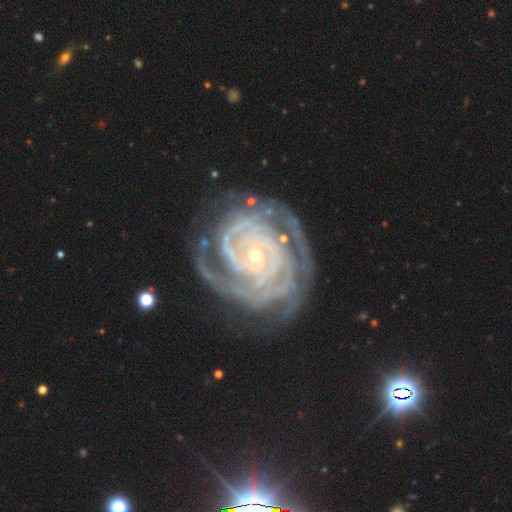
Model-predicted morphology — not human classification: A featured or disk galaxy (91%) with no bar (70%), 3 (22%) tight (81%) spiral arms (98%) and a small central bulge (80%).

Vote fractions:
- Smooth or featured? featured or disk: 91% / star or artifact: 5% / smooth: 4%
- Edge-on disk? no: 97% / yes: 3%
- Bar? no: 70% / weak: 19% / strong: 11%
- Spiral arms? yes: 98% / no: 2%
- Spiral winding? tight: 81% / medium: 16% / loose: 3%
- Spiral arm count? 3: 22% / can't tell: 21% / 2: 20% / 4: 18% / more than 4: 11% / 1: 8%
- Bulge size? small: 80% / moderate: 16% / large: 1% / none: 1% / dominant: 1%
- Merging? none: 69% / minor disturbance: 19% / major disturbance: 11% / merger: 2%